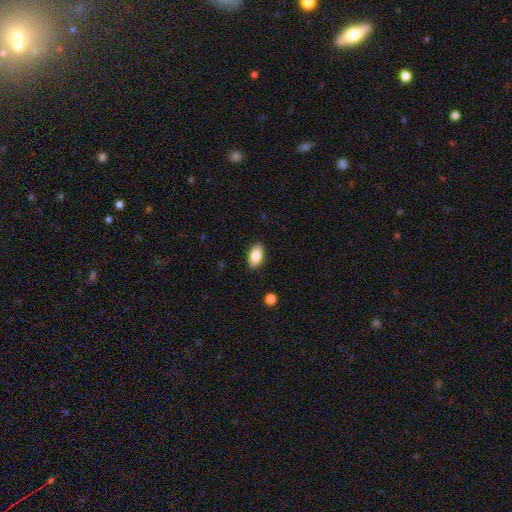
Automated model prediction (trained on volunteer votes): The model was most divided on "smooth or featured": smooth: 84%, featured or disk: 9%, star or artifact: 7%. More confident: how rounded — in between (92%); merging — none (88%).